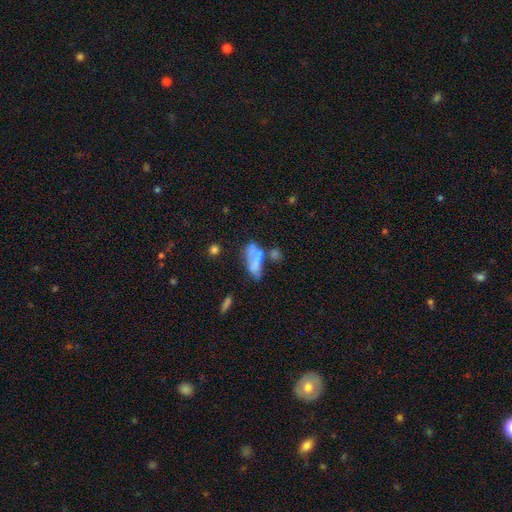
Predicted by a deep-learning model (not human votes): smooth 55%, featured or disk 33%, star or artifact 12%. Down the decision tree: how rounded — in between (78%); merging — merger (31%).